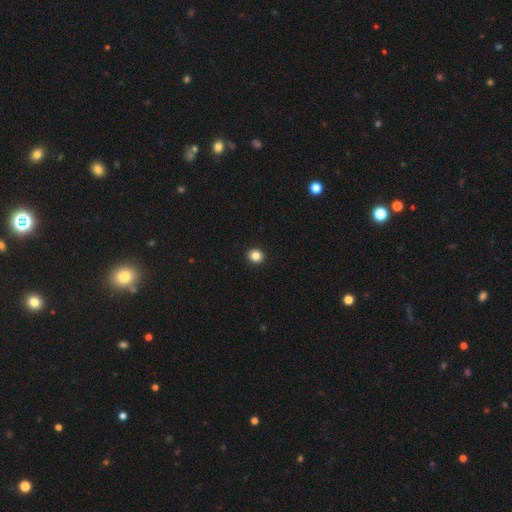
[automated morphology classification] Smooth or featured? smooth (85%)
How rounded? round (81%)
Merging? none (94%)